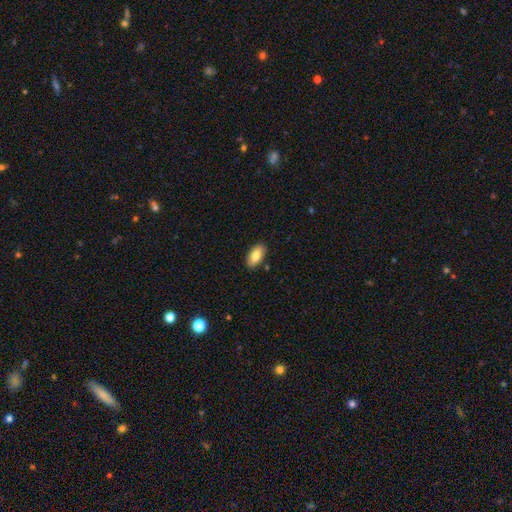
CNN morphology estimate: smooth 80%, featured or disk 13%, star or artifact 7%. Down the decision tree: how rounded — in between (92%); merging — none (87%).